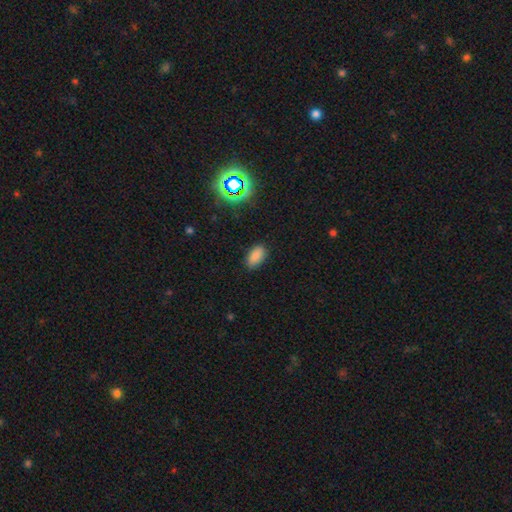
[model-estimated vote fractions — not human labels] smooth-or-featured: smooth: 83% | star or artifact: 12% | featured or disk: 5%
  how-rounded: in between: 93% | round: 4% | cigar-shaped: 3%
  merging: none: 85% | minor disturbance: 11% | major disturbance: 3% | merger: 1%